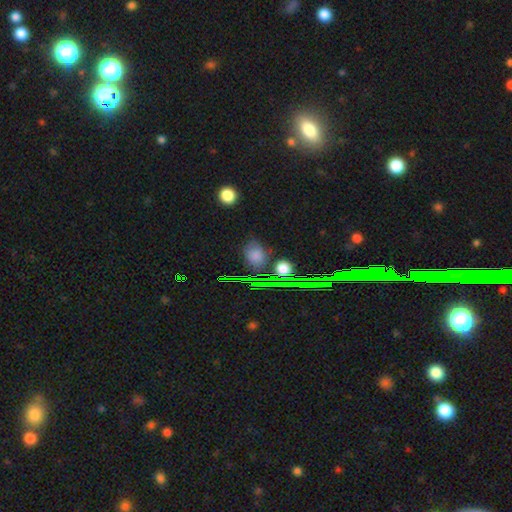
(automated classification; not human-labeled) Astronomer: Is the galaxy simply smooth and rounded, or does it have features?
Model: smooth — 67%.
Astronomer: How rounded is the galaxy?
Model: in between — 60% (runner-up: round, 38%).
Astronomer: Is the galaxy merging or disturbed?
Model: none — 70%.